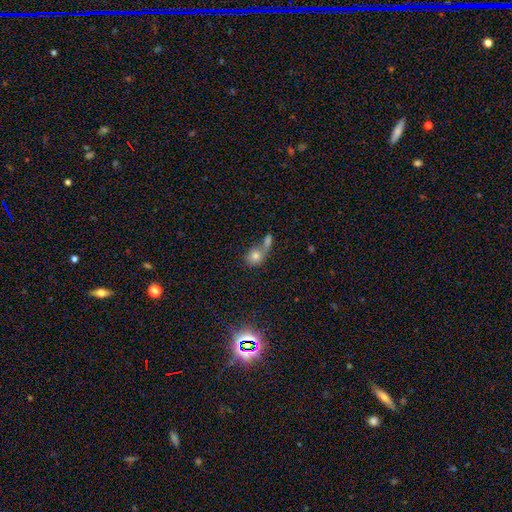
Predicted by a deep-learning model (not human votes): smooth_or_featured: smooth (p=0.73) [alt: star or artifact p=0.14]
how_rounded: round (p=0.66) [alt: in between p=0.32]
merging: merger (p=0.51) [alt: none p=0.34]